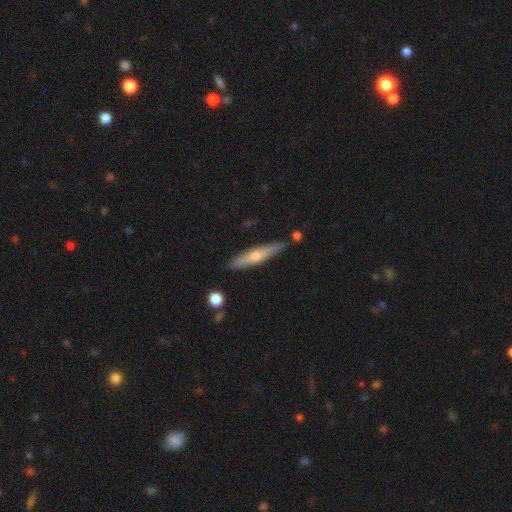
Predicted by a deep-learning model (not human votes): Q: Smooth or featured?
A: smooth (47%); runner-up: featured or disk (46%)
Q: Merging?
A: none (80%); runner-up: minor disturbance (13%)